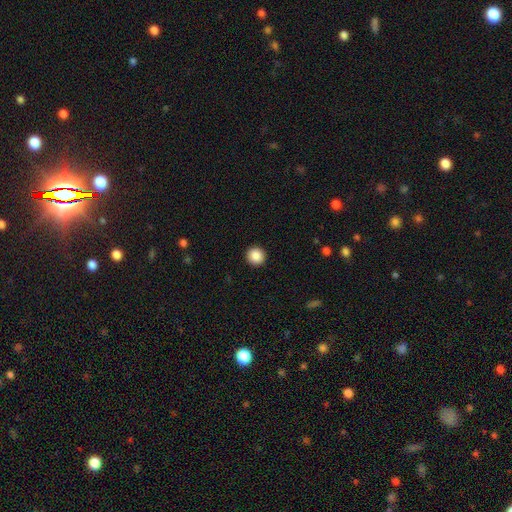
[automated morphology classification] Smooth or featured? Predicted: smooth (p=0.88). How rounded? Predicted: round (p=0.94). Merging? Predicted: none (p=0.93).